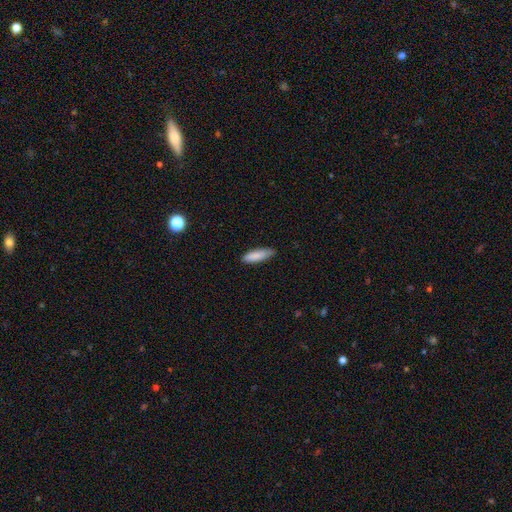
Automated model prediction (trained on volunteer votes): This appears to be a smooth galaxy with no disk features (87%) that is cigar-shaped (56%). Merging: none (84%).